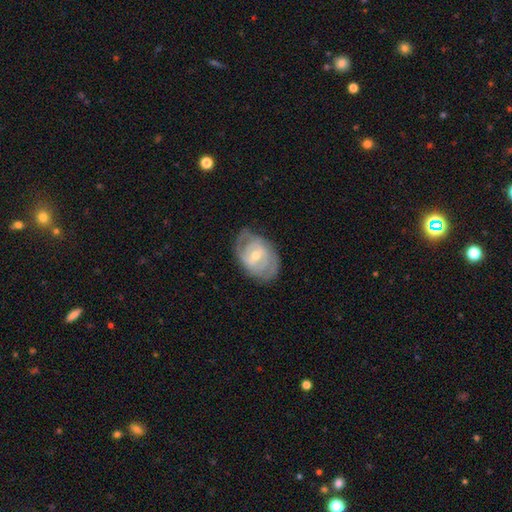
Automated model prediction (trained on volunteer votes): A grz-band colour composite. It shows a featured or disk galaxy (76%) with a weak bar (48%), 2 (50%) tight (59%) spiral arms (84%) and a moderate central bulge (56%). Merging: none (69%).